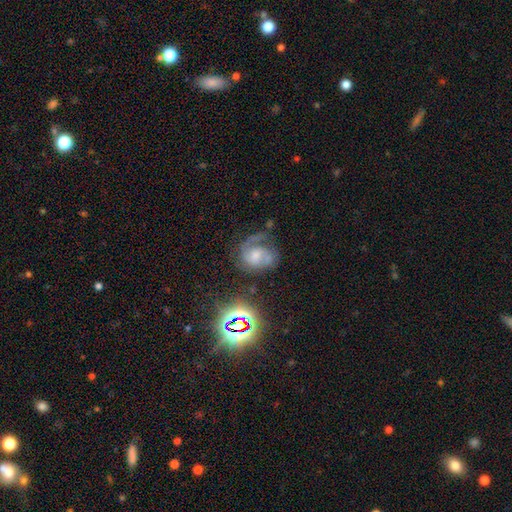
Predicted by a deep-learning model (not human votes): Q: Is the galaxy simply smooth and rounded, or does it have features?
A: featured or disk — 68%.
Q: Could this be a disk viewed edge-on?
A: no — 98%.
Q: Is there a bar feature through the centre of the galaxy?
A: no — 62%.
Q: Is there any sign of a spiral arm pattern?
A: yes — 91%.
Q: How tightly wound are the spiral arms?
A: medium — 43%.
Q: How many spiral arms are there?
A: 2 — 40%.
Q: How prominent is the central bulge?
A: moderate — 45%.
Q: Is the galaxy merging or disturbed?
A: none — 50%.